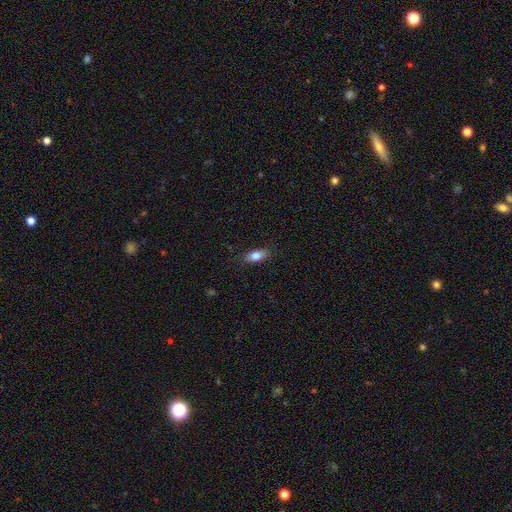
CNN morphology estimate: Smooth or featured?
  - smooth: 80% *
  - featured or disk: 12%
  - star or artifact: 7%
How rounded?
  - in between: 80% *
  - cigar-shaped: 15%
  - round: 4%
Merging?
  - none: 84% *
  - minor disturbance: 12%
  - major disturbance: 3%
  - merger: 1%